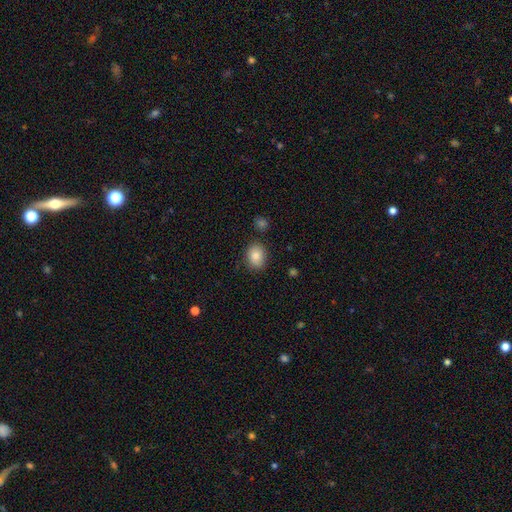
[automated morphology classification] Q: Smooth or featured?
A: smooth (85%); runner-up: star or artifact (8%)
Q: How rounded?
A: in between (53%); runner-up: round (46%)
Q: Merging?
A: none (85%); runner-up: minor disturbance (10%)